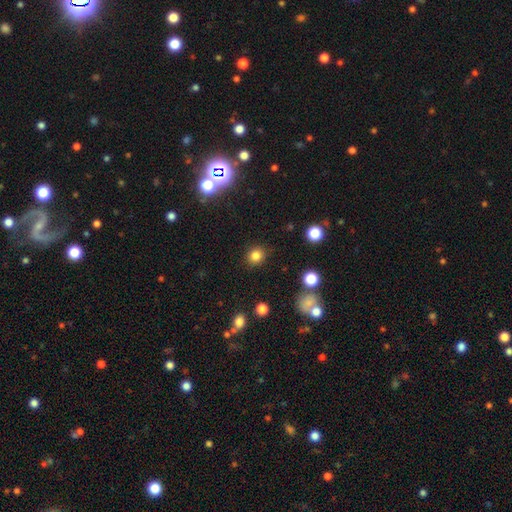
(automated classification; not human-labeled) smooth-or-featured: smooth: 82% | star or artifact: 13% | featured or disk: 5%
  how-rounded: round: 82% | in between: 17% | cigar-shaped: 1%
  merging: none: 88% | minor disturbance: 7% | major disturbance: 3% | merger: 2%